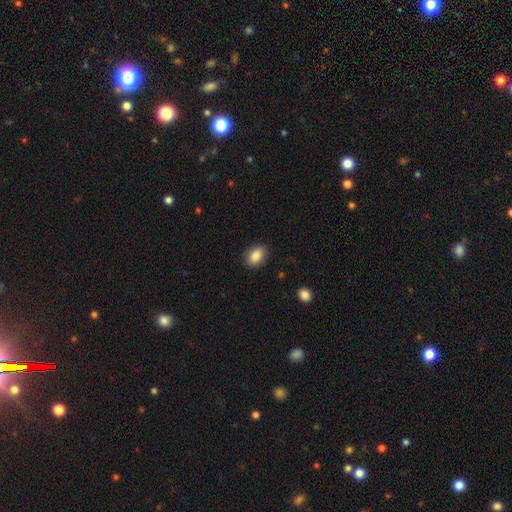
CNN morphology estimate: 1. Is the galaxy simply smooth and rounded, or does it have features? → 87% smooth, 8% star or artifact, 5% featured or disk.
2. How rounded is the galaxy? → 74% in between, 25% round, 1% cigar-shaped.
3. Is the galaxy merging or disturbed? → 87% none, 10% minor disturbance, 2% major disturbance, 1% merger.